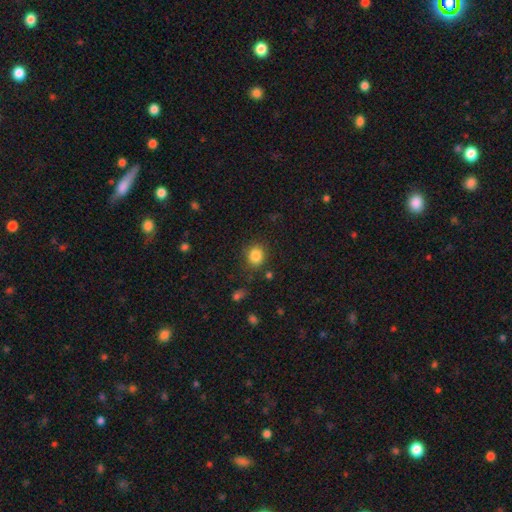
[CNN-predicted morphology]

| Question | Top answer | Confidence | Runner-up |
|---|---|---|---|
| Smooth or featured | smooth | 84% | star or artifact (11%) |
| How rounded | round | 72% | in between (27%) |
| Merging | none | 81% | minor disturbance (12%) |